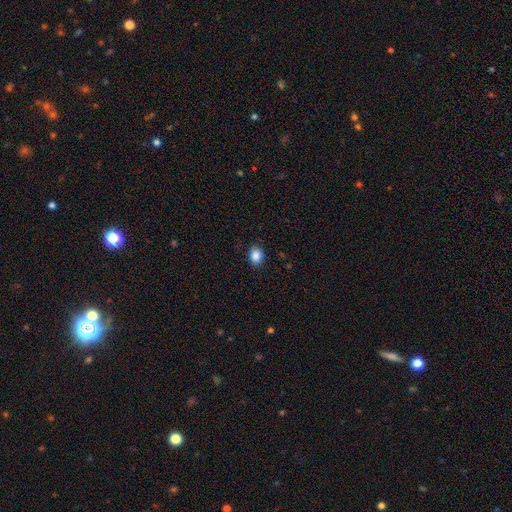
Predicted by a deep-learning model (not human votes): This is clearly a smooth galaxy (87%). How rounded: likely in between (61%). Merging: clearly none (86%).